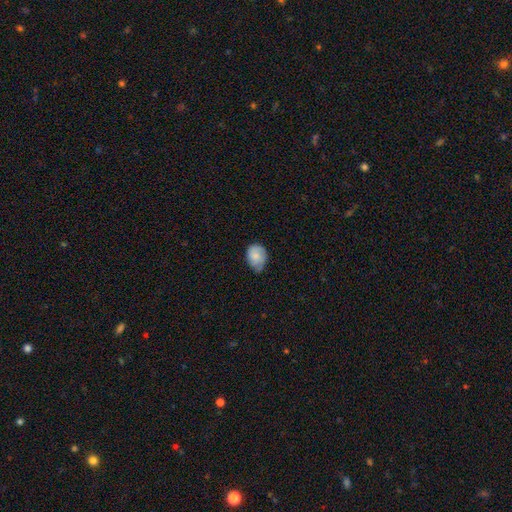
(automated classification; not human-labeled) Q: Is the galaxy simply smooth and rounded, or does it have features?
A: smooth — 78%.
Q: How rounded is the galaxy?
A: in between — 62%.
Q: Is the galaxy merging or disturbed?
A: none — 46%.